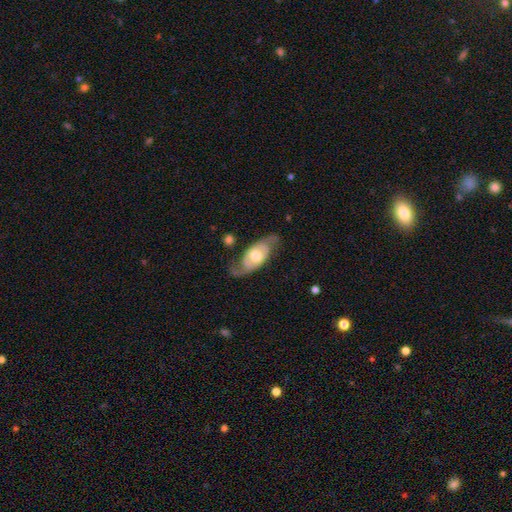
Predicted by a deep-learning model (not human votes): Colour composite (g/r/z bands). It shows a featured or disk galaxy (69%) with no bar (68%), spiral arms (78%) and a moderate central bulge (63%). Merging: none (61%).